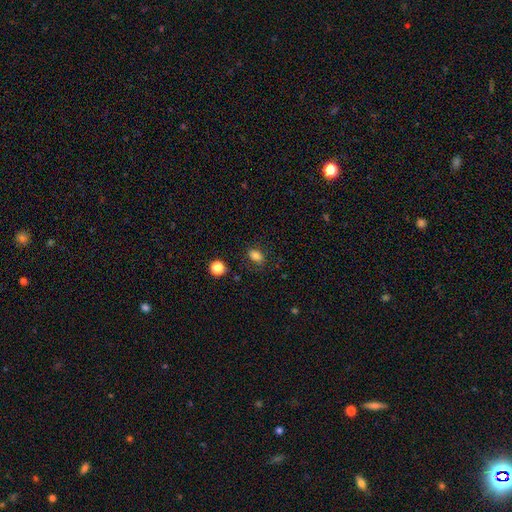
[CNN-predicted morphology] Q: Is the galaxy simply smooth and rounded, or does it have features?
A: smooth — 81%.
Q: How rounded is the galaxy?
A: in between — 81%.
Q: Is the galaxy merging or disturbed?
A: none — 80%.